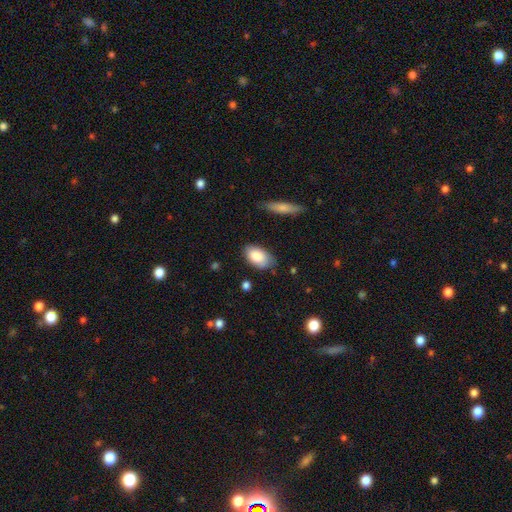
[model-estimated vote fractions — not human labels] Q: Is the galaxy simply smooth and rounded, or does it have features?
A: smooth — 84%.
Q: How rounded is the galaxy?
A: in between — 92%.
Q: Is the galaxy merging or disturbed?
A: none — 73%.